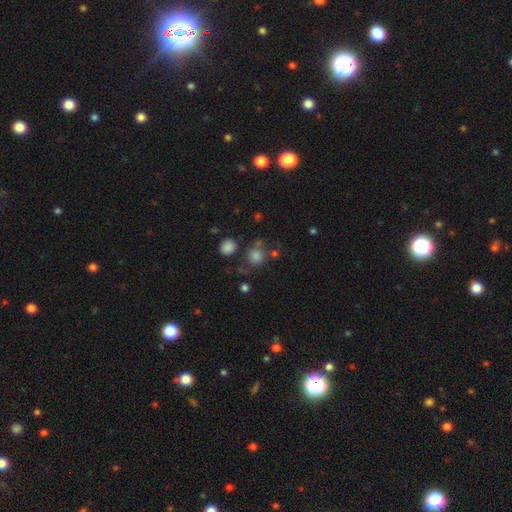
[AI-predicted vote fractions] Smooth or featured?
  - smooth: 78% *
  - star or artifact: 15%
  - featured or disk: 7%
How rounded?
  - round: 86% *
  - in between: 13%
  - cigar-shaped: 1%
Merging?
  - none: 65% *
  - merger: 14%
  - minor disturbance: 14%
  - major disturbance: 8%